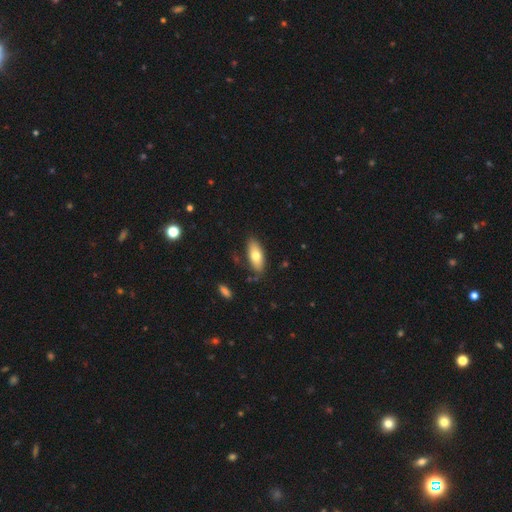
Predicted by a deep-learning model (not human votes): Smooth or featured?
  - smooth: 73% *
  - featured or disk: 21%
  - star or artifact: 6%
How rounded?
  - in between: 80% *
  - cigar-shaped: 18%
  - round: 2%
Merging?
  - none: 81% *
  - minor disturbance: 13%
  - merger: 3%
  - major disturbance: 3%